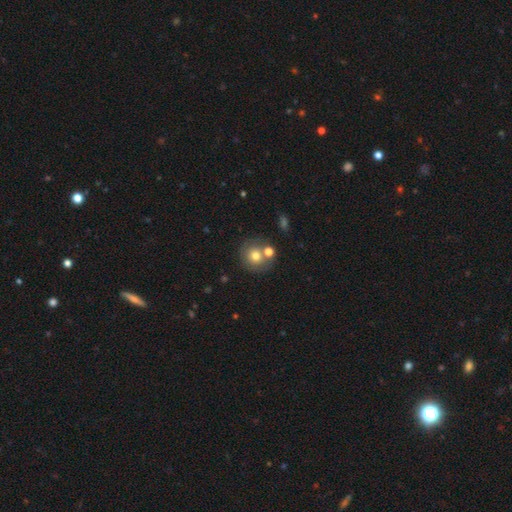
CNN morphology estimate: This appears to be a smooth galaxy with no disk features (73%) that is round (88%). Merging: none (61%).